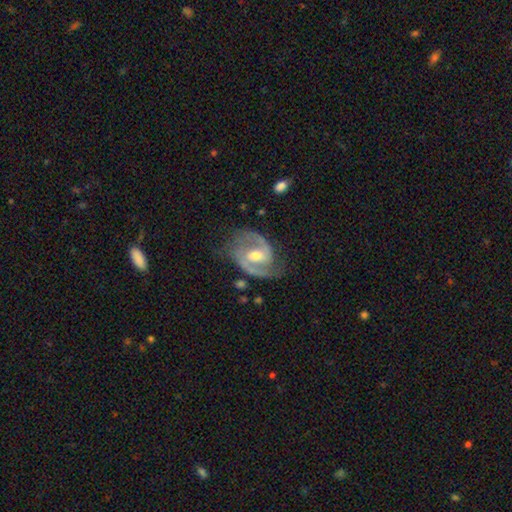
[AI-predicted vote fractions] smooth-or-featured: featured or disk: 90% | smooth: 6% | star or artifact: 4%
  disk-edge-on: no: 98% | yes: 2%
    bar: weak: 49% | no: 28% | strong: 23%
    has-spiral-arms: yes: 97% | no: 3%
      spiral-winding: medium: 58% | tight: 28% | loose: 14%
      spiral-arm-count: 2: 90% | can't tell: 3% | 1: 2% | 3: 2% | 4: 1% | more than 4: 1%
    bulge-size: moderate: 69% | small: 24% | large: 5% | none: 1% | dominant: 1%
  merging: none: 72% | minor disturbance: 19% | major disturbance: 7% | merger: 2%